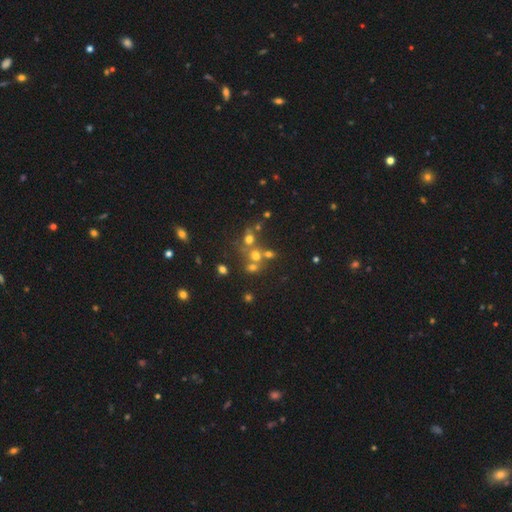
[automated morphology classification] smooth 50%, star or artifact 30%, featured or disk 20%. Down the decision tree: how rounded — round (75%); merging — none (44%).